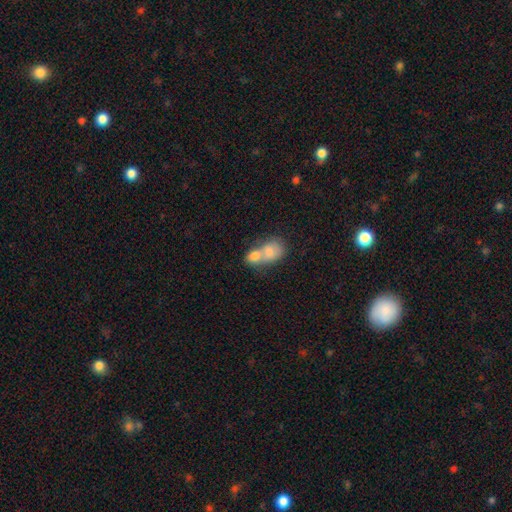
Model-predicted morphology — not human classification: Overall: smooth (74%). How rounded: in between (64%; round 34%). Merging: merger (76%).